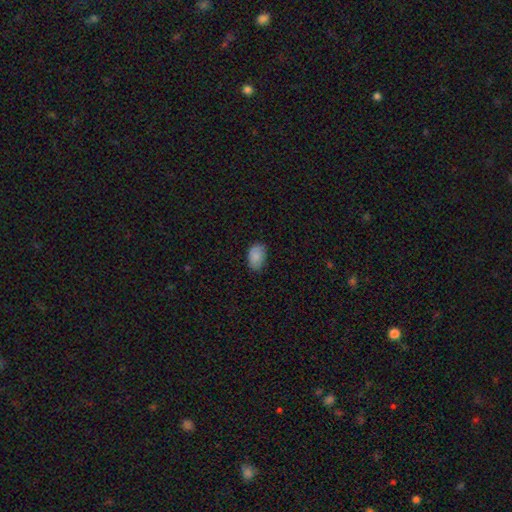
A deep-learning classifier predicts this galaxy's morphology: Smooth or featured?
  - smooth: 88% *
  - star or artifact: 8%
  - featured or disk: 5%
How rounded?
  - in between: 87% *
  - round: 12%
  - cigar-shaped: 1%
Merging?
  - none: 77% *
  - minor disturbance: 19%
  - major disturbance: 3%
  - merger: 1%